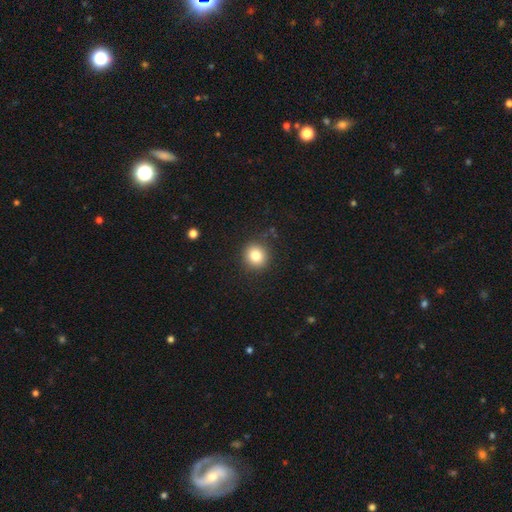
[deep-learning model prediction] A smooth galaxy with no disk features (82%) that is round (89%). Merging: none (89%).